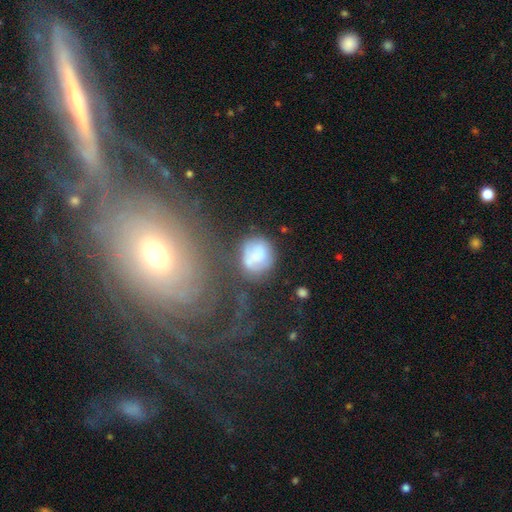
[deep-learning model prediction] Smooth or featured: smooth — 58% (featured or disk — 31%)
How rounded: round — 72% (in between — 27%)
Merging: none — 52% (minor disturbance — 23%)